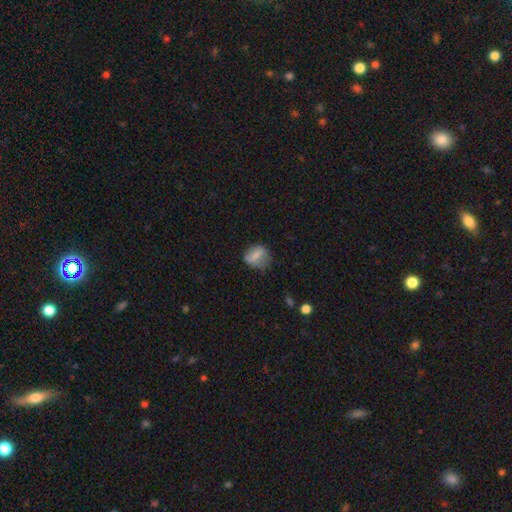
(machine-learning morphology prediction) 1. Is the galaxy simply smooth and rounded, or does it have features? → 65% smooth, 25% featured or disk, 9% star or artifact.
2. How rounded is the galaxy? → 50% round, 47% in between, 3% cigar-shaped.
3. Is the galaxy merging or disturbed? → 58% none, 27% minor disturbance, 12% major disturbance, 2% merger.